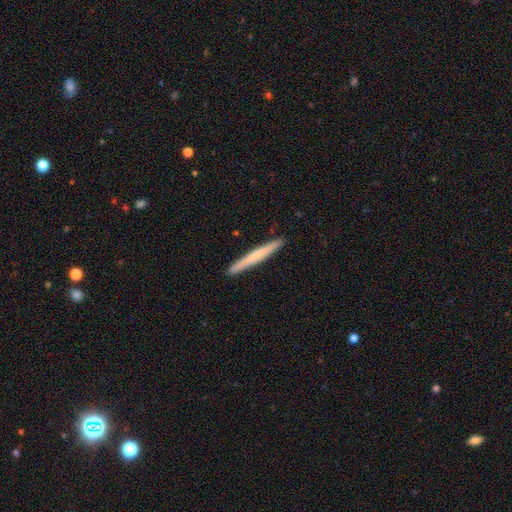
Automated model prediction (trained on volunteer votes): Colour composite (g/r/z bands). It shows a smooth galaxy with no disk features (58%) that is cigar-shaped (97%). Merging: none (93%).